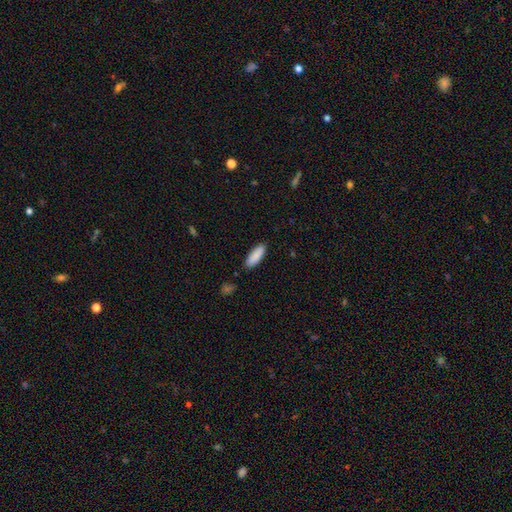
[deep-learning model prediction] Overall: smooth (89%). How rounded: in between (55%; cigar-shaped 43%). Merging: none (87%).